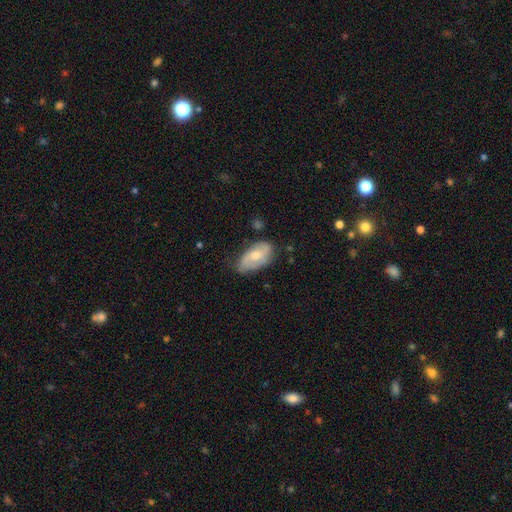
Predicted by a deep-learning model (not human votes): smooth 48%, featured or disk 45%, star or artifact 7%. Down the decision tree: merging — none (60%).